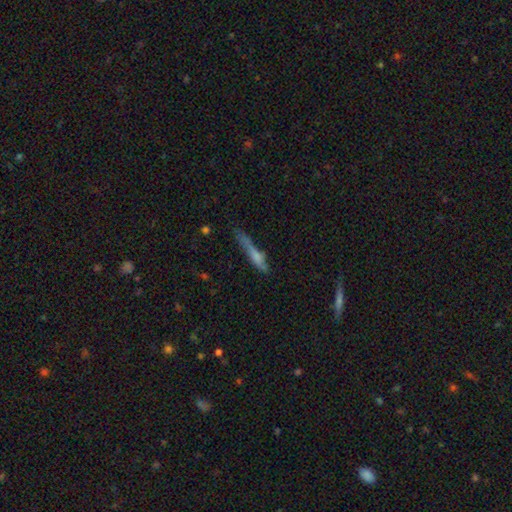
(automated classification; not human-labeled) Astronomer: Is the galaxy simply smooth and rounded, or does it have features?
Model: smooth — 60%.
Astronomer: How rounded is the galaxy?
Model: cigar-shaped — 90%.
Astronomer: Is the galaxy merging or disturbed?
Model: none — 51% (runner-up: minor disturbance, 30%).